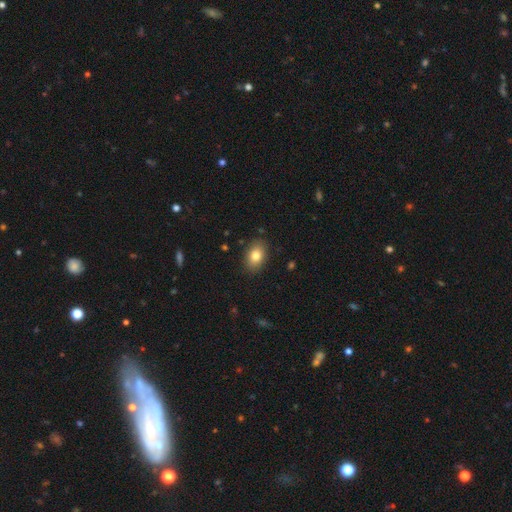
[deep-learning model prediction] Morphology: type=smooth (81%); roundness=in between (83%); merging=none (87%).